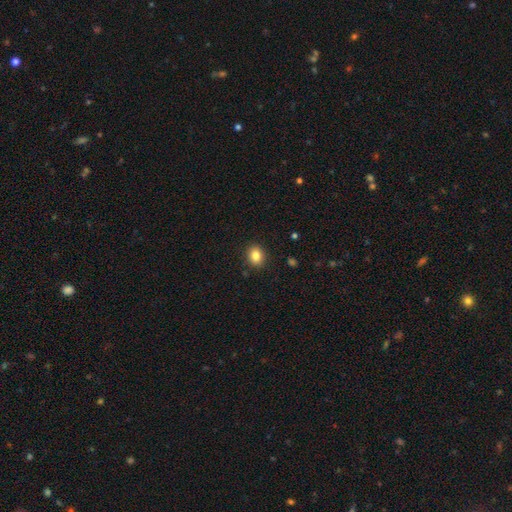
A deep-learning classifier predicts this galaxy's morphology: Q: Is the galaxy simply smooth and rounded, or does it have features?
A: smooth — 86%.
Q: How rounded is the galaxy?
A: in between — 53%.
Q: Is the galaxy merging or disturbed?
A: none — 89%.